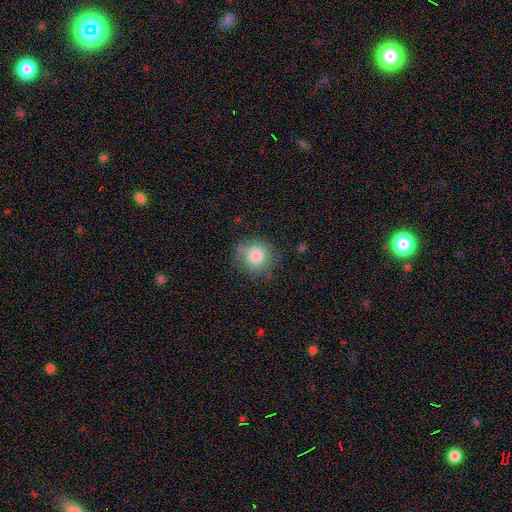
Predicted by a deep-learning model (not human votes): The model was most divided on "merging": none: 75%, minor disturbance: 18%, major disturbance: 5%, merger: 2%. More confident: how rounded — round (89%); smooth or featured — smooth (81%).